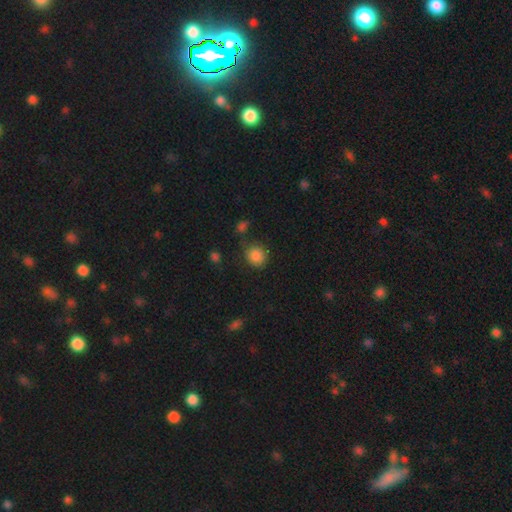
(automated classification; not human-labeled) Smooth or featured?
  - smooth: 86% *
  - star or artifact: 10%
  - featured or disk: 4%
How rounded?
  - round: 81% *
  - in between: 19%
  - cigar-shaped: 1%
Merging?
  - none: 75% *
  - minor disturbance: 14%
  - merger: 6%
  - major disturbance: 5%